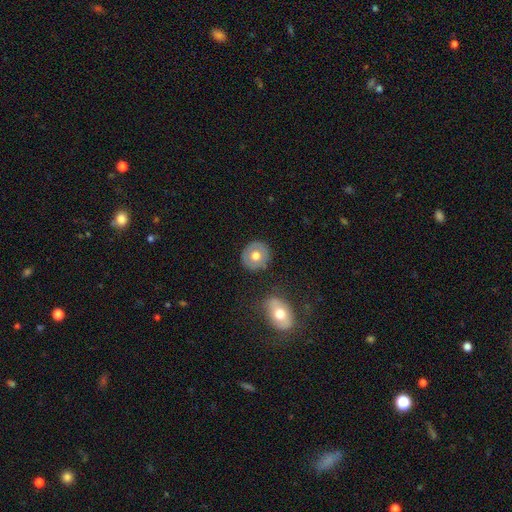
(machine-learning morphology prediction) smooth-or-featured: smooth: 61% | featured or disk: 32% | star or artifact: 7%
  how-rounded: round: 87% | in between: 12% | cigar-shaped: 1%
  merging: none: 83% | minor disturbance: 10% | merger: 4% | major disturbance: 3%